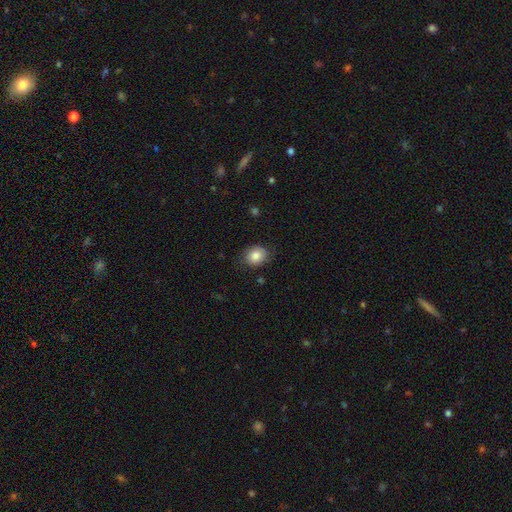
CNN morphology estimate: smooth-or-featured: smooth: 83% | featured or disk: 8% | star or artifact: 8%
  how-rounded: round: 57% | in between: 42% | cigar-shaped: 1%
  merging: none: 80% | minor disturbance: 15% | major disturbance: 3% | merger: 1%